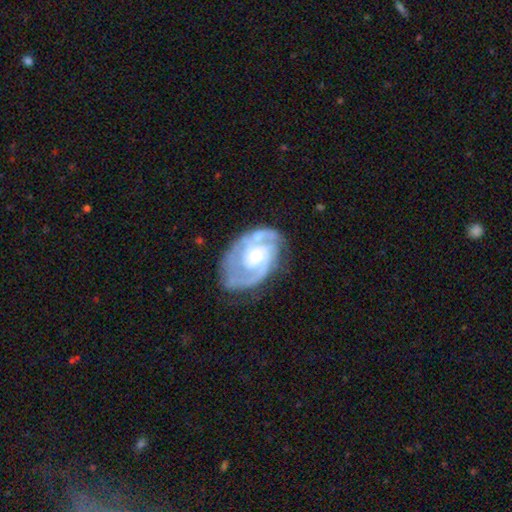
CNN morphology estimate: Overall: featured or disk (86%). Edge-on disk: no (97%). Bar: no (66%; weak 28%). Spiral arms: yes (94%). Spiral arm count: 2 (57%; can't tell 18%). Spiral winding: tight (57%; medium 35%). Bulge size: moderate (44%; small 43%). Merging: none (65%).